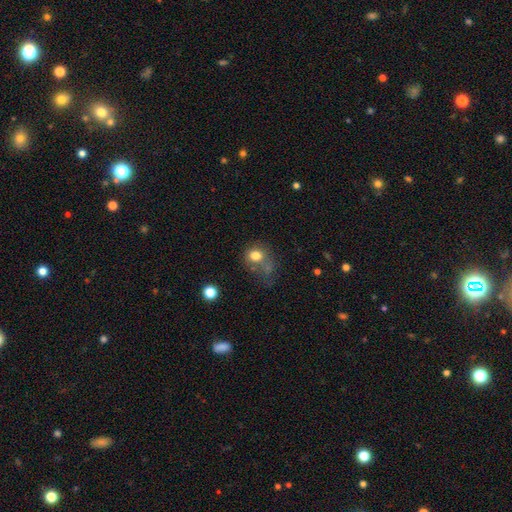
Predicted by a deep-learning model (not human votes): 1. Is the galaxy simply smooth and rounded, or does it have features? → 76% smooth, 12% featured or disk, 12% star or artifact.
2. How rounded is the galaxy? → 59% round, 40% in between, 1% cigar-shaped.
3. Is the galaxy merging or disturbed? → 38% none, 23% major disturbance, 22% minor disturbance, 17% merger.